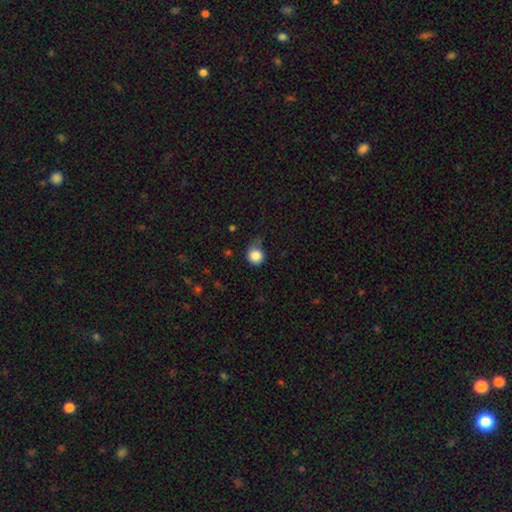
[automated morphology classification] smooth 86%, star or artifact 10%, featured or disk 5%. Down the decision tree: how rounded — round (86%); merging — none (55%).